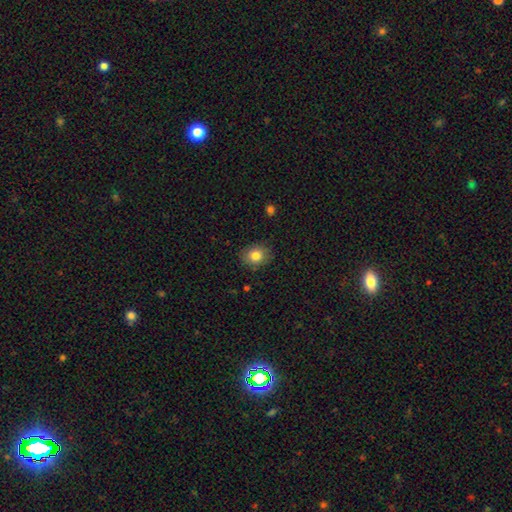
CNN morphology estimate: Overall: smooth (82%). How rounded: round (62%; in between 37%). Merging: none (85%).